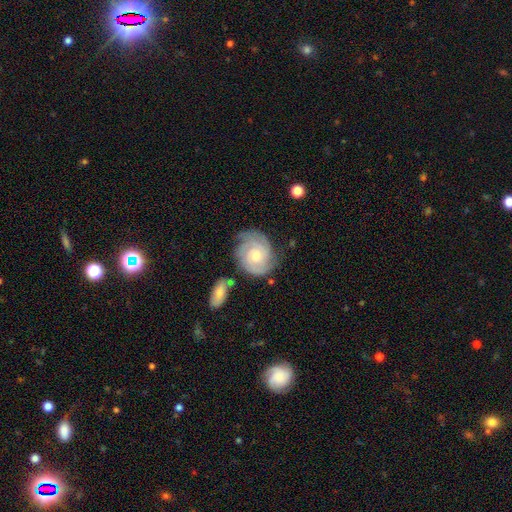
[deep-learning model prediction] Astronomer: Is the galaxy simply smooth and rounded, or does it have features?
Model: featured or disk — 80%.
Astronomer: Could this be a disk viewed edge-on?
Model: no — 97%.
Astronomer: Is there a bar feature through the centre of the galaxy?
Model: no — 77%.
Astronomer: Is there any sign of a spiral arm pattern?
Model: yes — 95%.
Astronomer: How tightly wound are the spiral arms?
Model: tight — 72%.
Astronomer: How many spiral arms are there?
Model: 3 — 30% (runner-up: can't tell, 26%).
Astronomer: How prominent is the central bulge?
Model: moderate — 55% (runner-up: small, 41%).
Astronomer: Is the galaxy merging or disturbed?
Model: none — 70%.